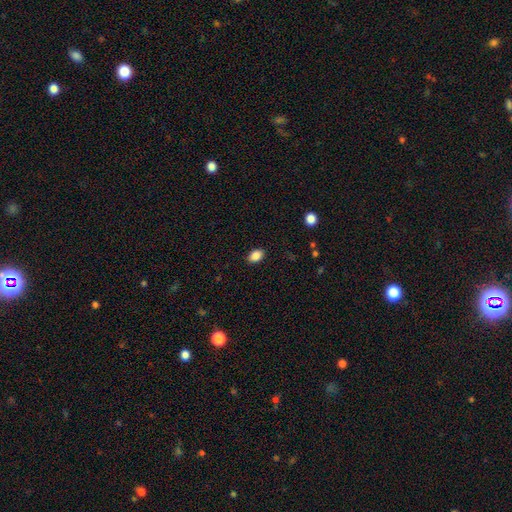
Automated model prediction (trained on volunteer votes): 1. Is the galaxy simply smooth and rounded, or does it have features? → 87% smooth, 9% star or artifact, 4% featured or disk.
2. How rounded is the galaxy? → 84% in between, 14% round, 1% cigar-shaped.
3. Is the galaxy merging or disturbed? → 89% none, 8% minor disturbance, 2% major disturbance, 1% merger.